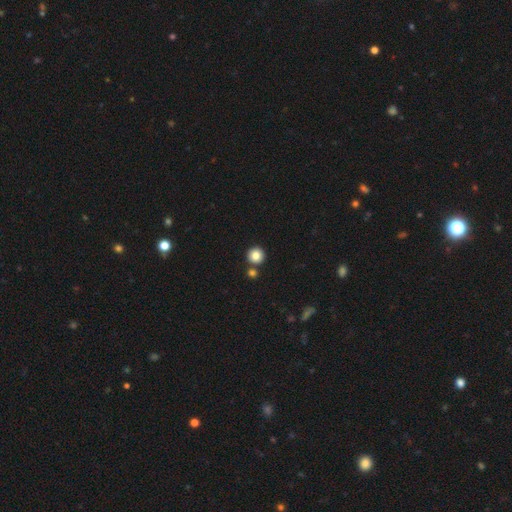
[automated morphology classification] Smooth or featured: smooth — 83% (star or artifact — 10%)
How rounded: round — 94% (in between — 5%)
Merging: none — 81% (merger — 11%)